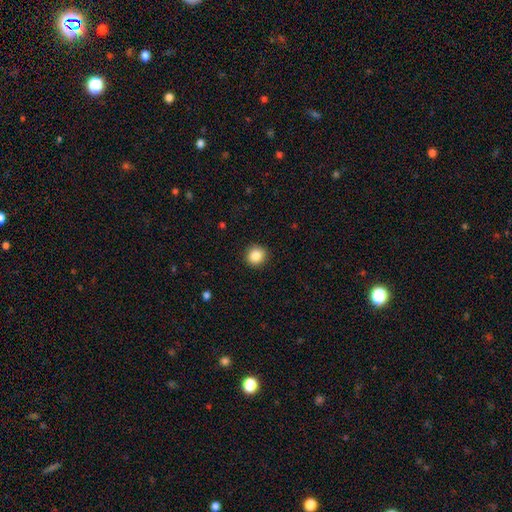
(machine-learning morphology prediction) smooth-or-featured: smooth: 86% | star or artifact: 9% | featured or disk: 4%
  how-rounded: round: 91% | in between: 8% | cigar-shaped: 1%
  merging: none: 92% | minor disturbance: 6% | major disturbance: 2% | merger: 1%